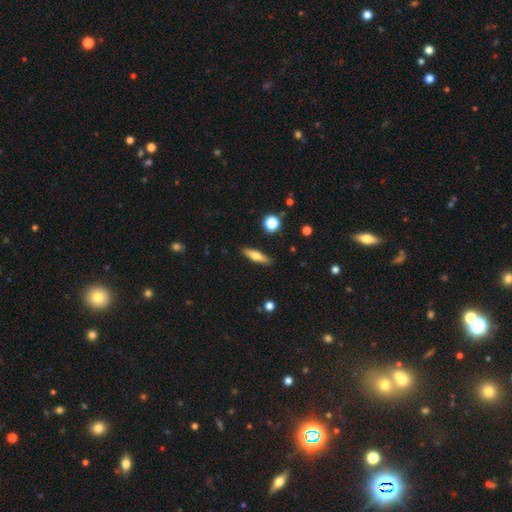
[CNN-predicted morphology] This is possibly a smooth galaxy (59%). How rounded: likely cigar-shaped (73%). Merging: clearly none (89%).